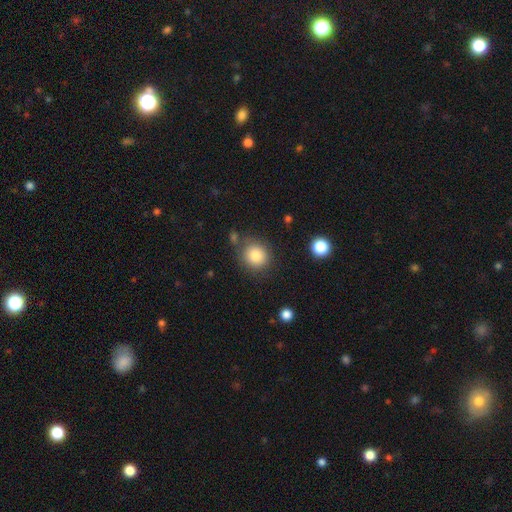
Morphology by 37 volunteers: A smooth galaxy with no disk features (92%) that is round (91%).

Vote fractions:
- Smooth or featured? smooth: 92% / featured or disk: 5% / star or artifact: 3%
- How rounded? round: 91% / in between: 6% / cigar-shaped: 3%
- Merging? none: 83% / minor disturbance: 11% / major disturbance: 3% / merger: 3%